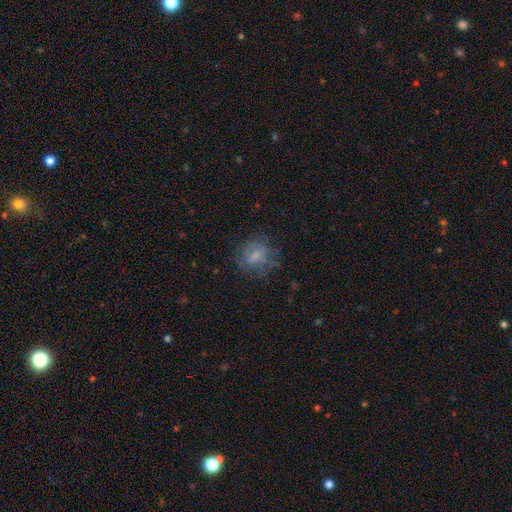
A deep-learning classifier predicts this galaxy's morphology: smooth 54%, featured or disk 35%, star or artifact 11%. Down the decision tree: how rounded — round (68%); merging — none (62%).